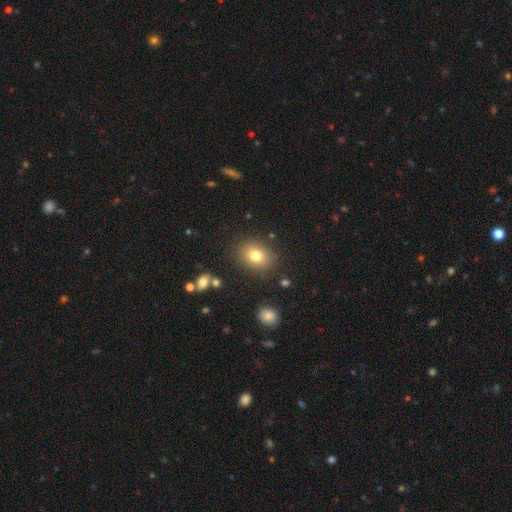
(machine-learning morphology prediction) This is likely a smooth galaxy (78%). How rounded: possibly in between (55%). Merging: clearly none (85%).